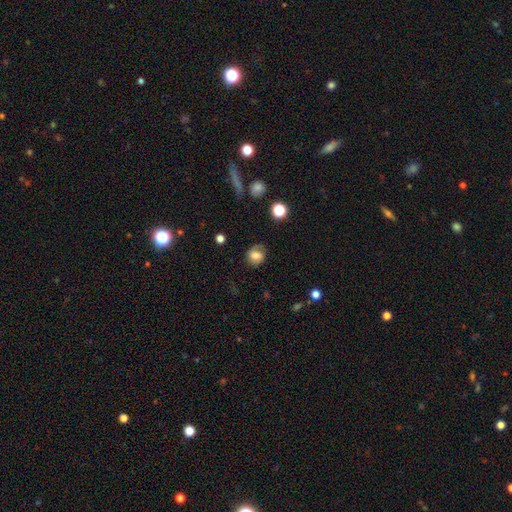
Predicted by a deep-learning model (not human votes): Smooth or featured? Predicted: smooth (p=0.62). How rounded? Predicted: round (p=0.66). Merging? Predicted: none (p=0.71).